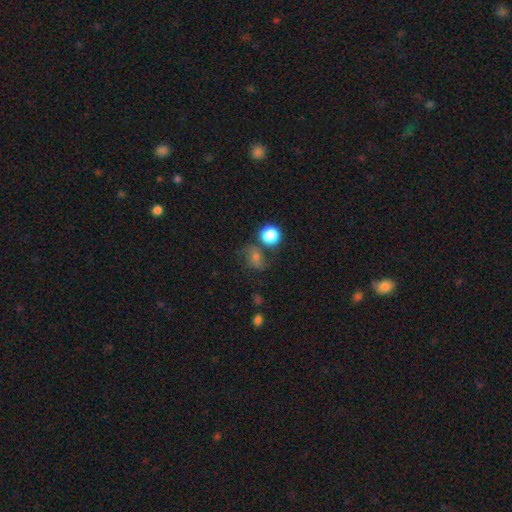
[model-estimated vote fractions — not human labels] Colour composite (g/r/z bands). It shows a smooth galaxy with no disk features (46%). Merging: none (60%).